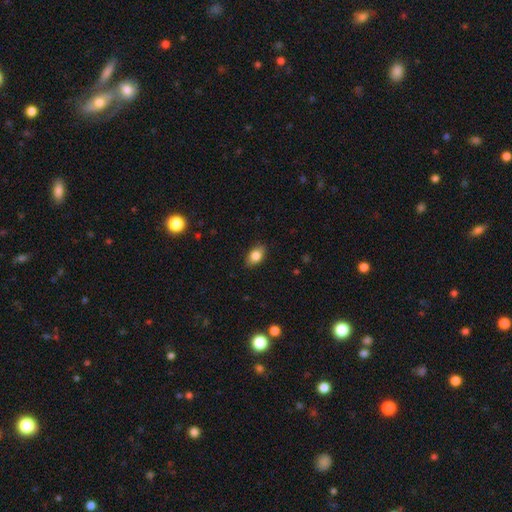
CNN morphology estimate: smooth-or-featured: smooth: 82% | featured or disk: 10% | star or artifact: 8%
  how-rounded: in between: 87% | round: 11% | cigar-shaped: 3%
  merging: none: 85% | minor disturbance: 11% | major disturbance: 2% | merger: 1%